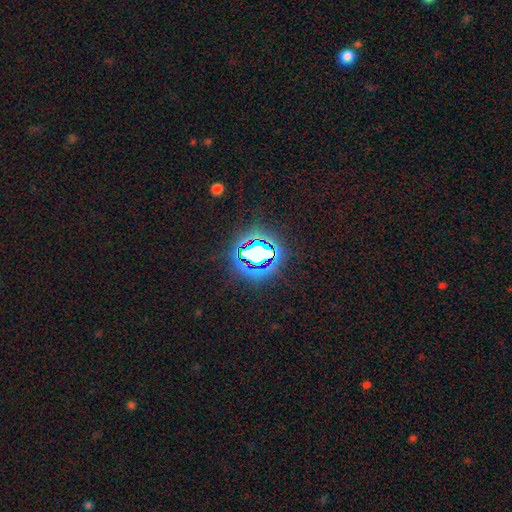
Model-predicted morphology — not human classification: Q: Smooth or featured?
A: star or artifact (75%); runner-up: smooth (14%)